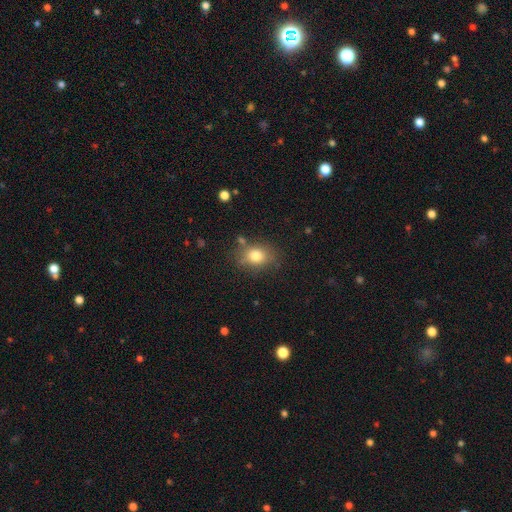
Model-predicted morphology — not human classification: Smooth or featured: smooth — 79% (star or artifact — 11%)
How rounded: in between — 53% (round — 45%)
Merging: none — 74% (minor disturbance — 16%)